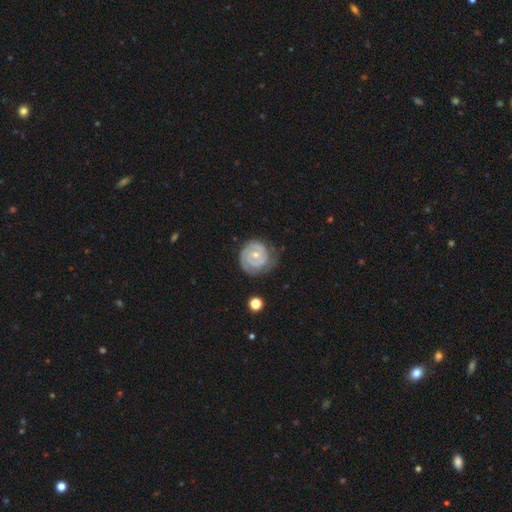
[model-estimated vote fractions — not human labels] A featured or disk galaxy (84%) with no bar (68%), 2 (57%) tight (76%) spiral arms (95%) and a small central bulge (56%). Merging: none (68%).